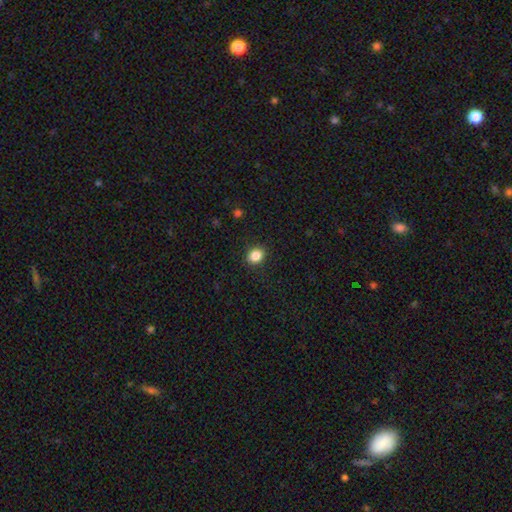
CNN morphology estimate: Smooth or featured? smooth (87%)
How rounded? round (62%)
Merging? none (89%)